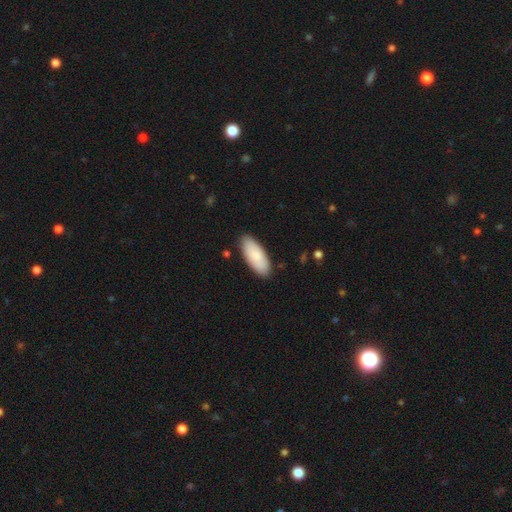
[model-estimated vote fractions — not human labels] A smooth galaxy with no disk features (82%) that is in between round and cigar-shaped (84%).

Vote fractions:
- Smooth or featured? smooth: 82% / featured or disk: 13% / star or artifact: 5%
- How rounded? in between: 84% / cigar-shaped: 14% / round: 2%
- Merging? none: 86% / minor disturbance: 11% / major disturbance: 2% / merger: 1%